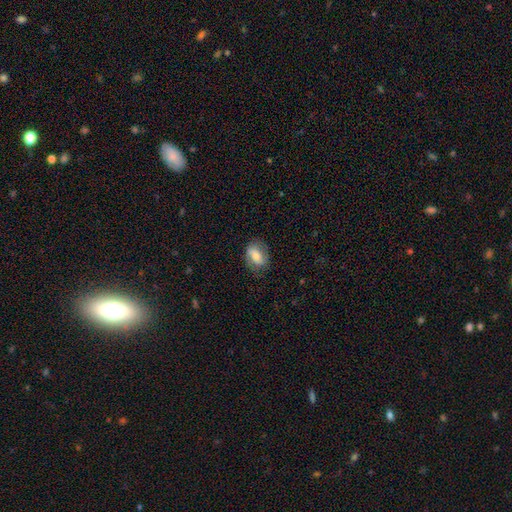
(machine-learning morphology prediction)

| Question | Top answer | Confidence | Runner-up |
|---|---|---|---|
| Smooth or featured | smooth | 56% | featured or disk (36%) |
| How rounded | in between | 77% | round (21%) |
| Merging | none | 75% | minor disturbance (18%) |